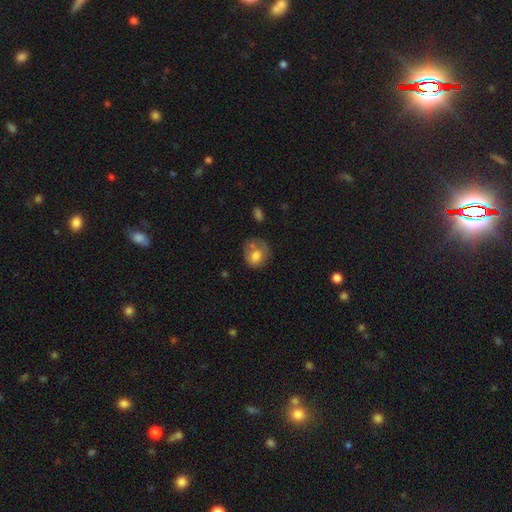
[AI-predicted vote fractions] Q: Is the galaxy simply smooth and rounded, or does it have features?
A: smooth — 68%.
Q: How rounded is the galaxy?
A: round — 70%.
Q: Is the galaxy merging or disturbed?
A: none — 46%.